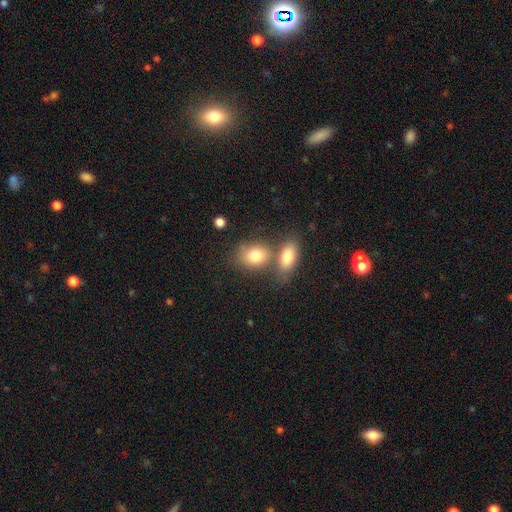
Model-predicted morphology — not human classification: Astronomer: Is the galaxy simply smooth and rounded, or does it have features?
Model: smooth — 80%.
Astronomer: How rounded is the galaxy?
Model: in between — 68%.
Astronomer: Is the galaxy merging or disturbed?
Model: none — 43% (runner-up: merger, 40%).